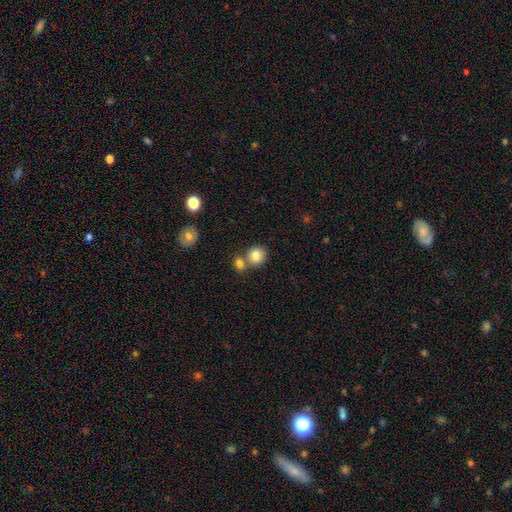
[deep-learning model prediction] This appears to be a smooth galaxy with no disk features (82%) that is round (77%). Merging: none (55%).